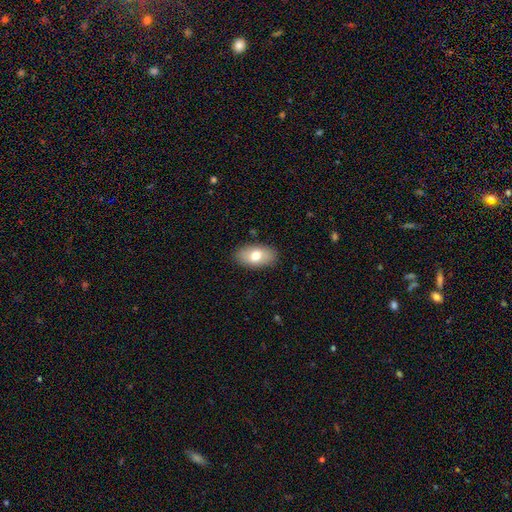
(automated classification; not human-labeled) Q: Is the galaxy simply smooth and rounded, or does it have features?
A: smooth — 74%.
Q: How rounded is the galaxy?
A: in between — 93%.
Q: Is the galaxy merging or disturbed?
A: none — 87%.